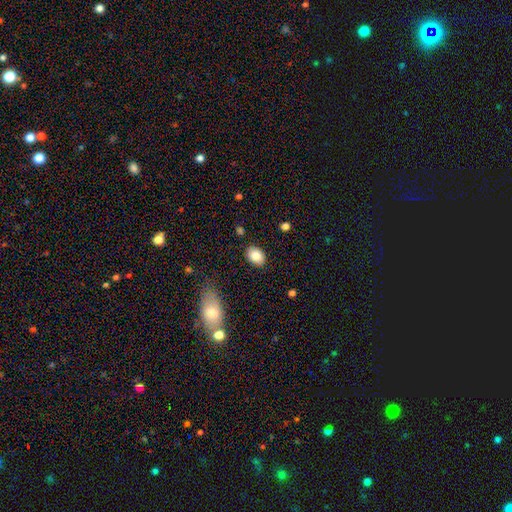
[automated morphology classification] This appears to be a smooth galaxy with no disk features (84%) that is in between round and cigar-shaped (81%). Merging: none (86%).